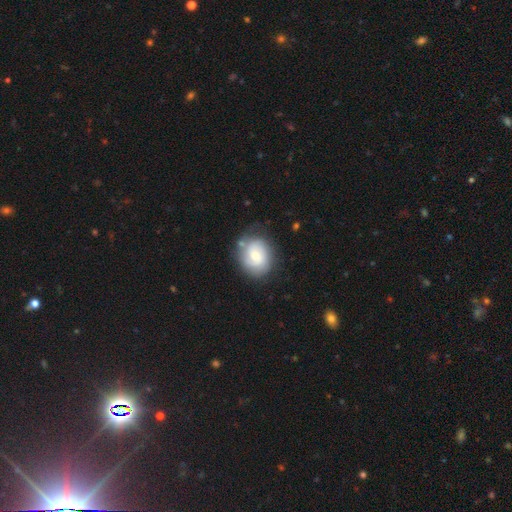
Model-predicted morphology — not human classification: smooth_or_featured: featured or disk (p=0.60) [alt: smooth p=0.33]
disk_edge_on: no (p=0.97) [alt: yes p=0.03]
bar: no (p=0.59) [alt: weak p=0.36]
has_spiral_arms: yes (p=0.85) [alt: no p=0.15]
bulge_size: moderate (p=0.52) [alt: small p=0.42]
merging: none (p=0.71) [alt: minor disturbance p=0.18]